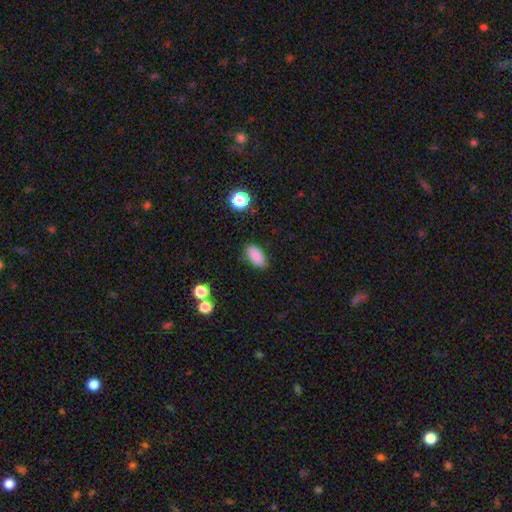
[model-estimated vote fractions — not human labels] smooth 87%, star or artifact 8%, featured or disk 5%. Down the decision tree: how rounded — in between (88%); merging — none (84%).